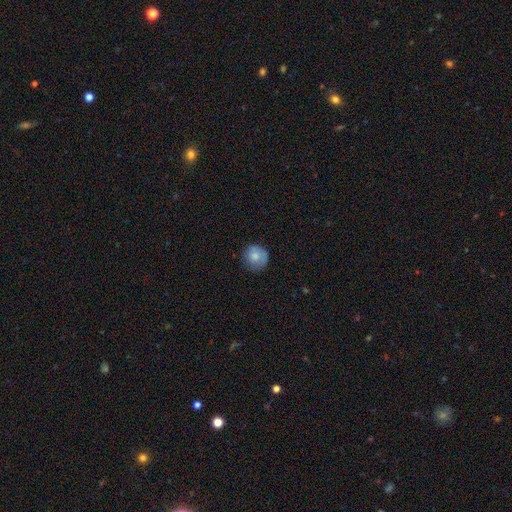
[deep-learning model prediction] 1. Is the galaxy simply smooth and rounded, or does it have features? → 78% smooth, 14% featured or disk, 8% star or artifact.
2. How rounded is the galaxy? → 91% round, 8% in between, 1% cigar-shaped.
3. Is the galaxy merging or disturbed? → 75% none, 19% minor disturbance, 5% major disturbance, 1% merger.